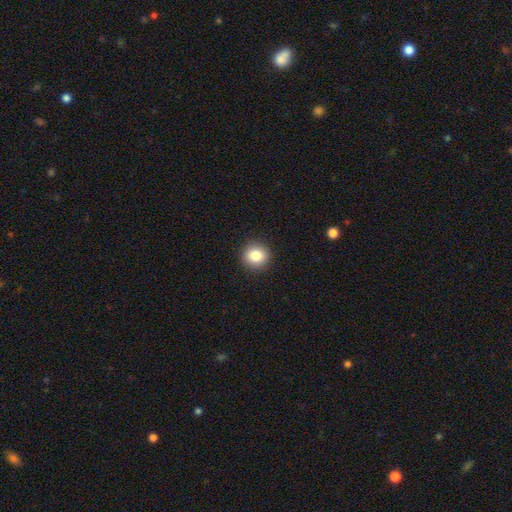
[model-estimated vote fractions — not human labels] Smooth or featured? Predicted: smooth (p=0.84). How rounded? Predicted: round (p=0.91). Merging? Predicted: none (p=0.92).